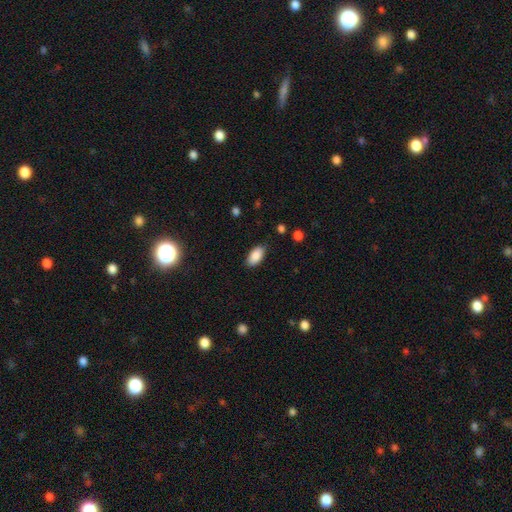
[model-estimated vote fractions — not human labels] This appears to be a smooth galaxy with no disk features (88%) that is in between round and cigar-shaped (93%). Merging: none (85%).